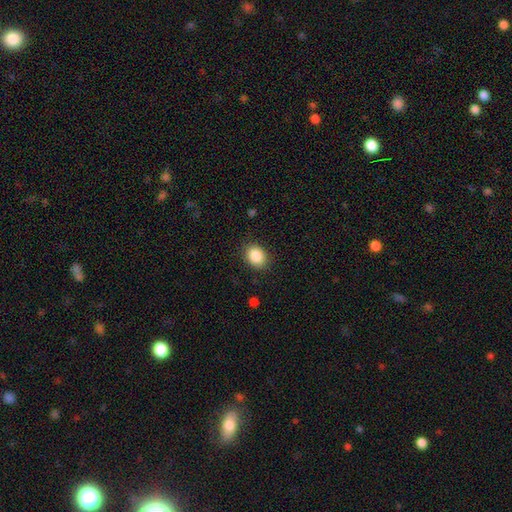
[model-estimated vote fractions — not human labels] The model was most divided on "how rounded": in between: 54%, round: 45%, cigar-shaped: 1%. More confident: smooth or featured — smooth (88%); merging — none (86%).